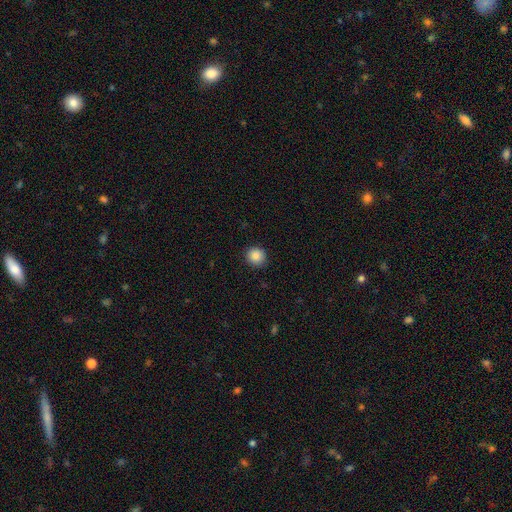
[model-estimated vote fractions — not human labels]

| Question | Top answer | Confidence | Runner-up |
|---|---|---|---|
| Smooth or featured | smooth | 87% | star or artifact (9%) |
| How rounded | round | 93% | in between (7%) |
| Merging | none | 91% | minor disturbance (6%) |